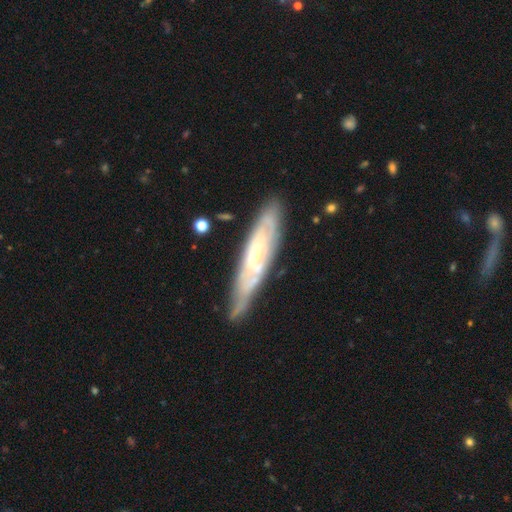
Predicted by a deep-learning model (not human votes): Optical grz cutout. It shows a featured or disk galaxy (74%). Merging: none (72%).